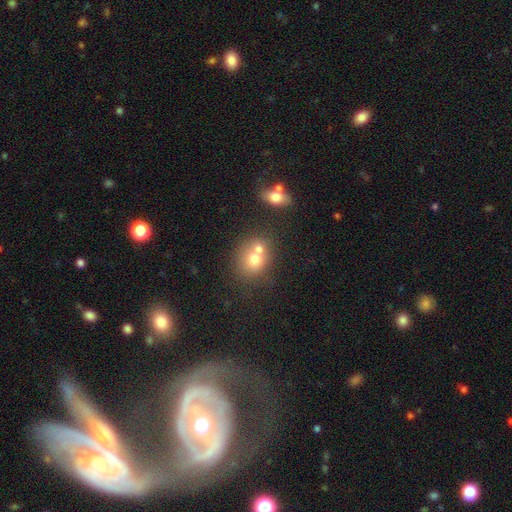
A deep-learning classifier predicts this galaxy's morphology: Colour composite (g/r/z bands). It shows a smooth galaxy with no disk features (69%) that is round (69%). Merging: merger (53%).